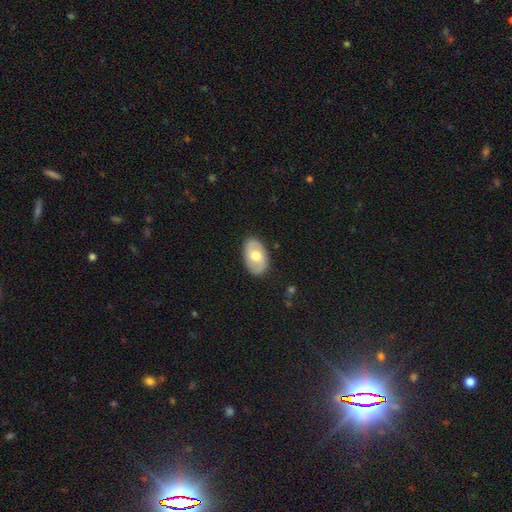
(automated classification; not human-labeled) Overall: smooth (48%; featured or disk 47%). Merging: none (85%).